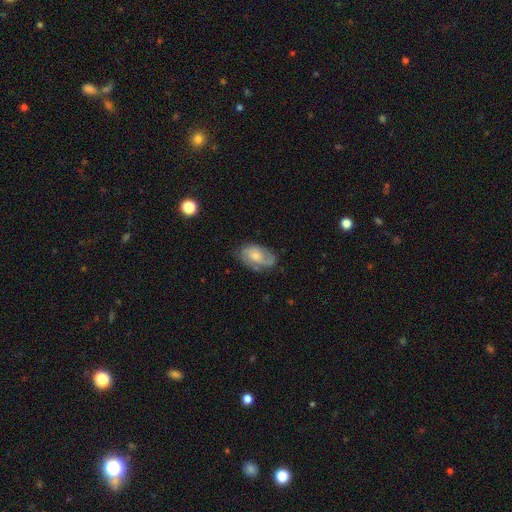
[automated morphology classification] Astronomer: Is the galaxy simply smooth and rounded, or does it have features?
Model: featured or disk — 54% (runner-up: smooth, 39%).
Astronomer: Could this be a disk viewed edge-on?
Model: no — 95%.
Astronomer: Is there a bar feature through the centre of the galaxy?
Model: no — 69%.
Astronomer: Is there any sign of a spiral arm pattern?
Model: yes — 82%.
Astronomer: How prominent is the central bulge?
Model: small — 44% (runner-up: moderate, 39%).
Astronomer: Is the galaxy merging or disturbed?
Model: none — 62%.